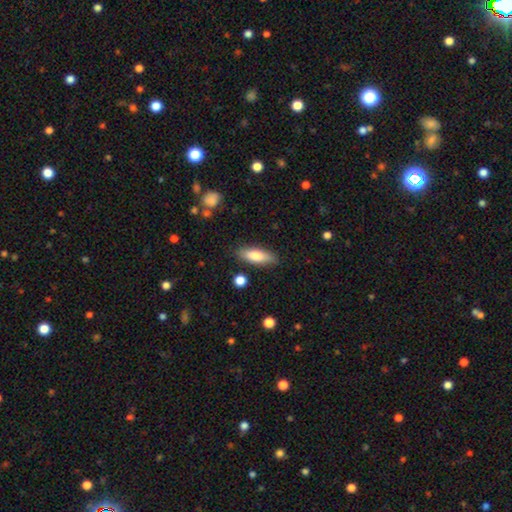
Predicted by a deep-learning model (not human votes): Smooth or featured? smooth (77%)
How rounded? in between (56%)
Merging? none (84%)